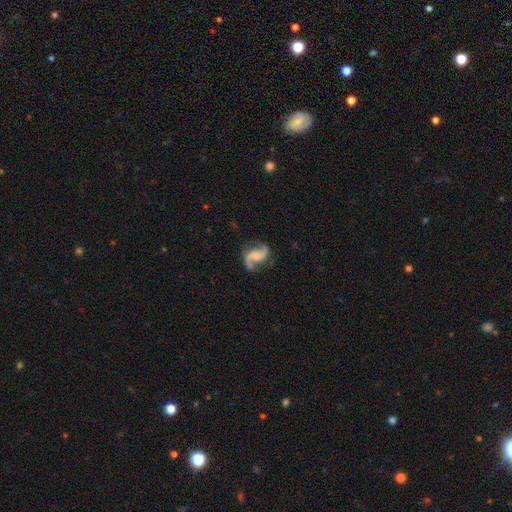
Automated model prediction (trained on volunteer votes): Morphology: type=featured or disk (89%); edge-on=no (98%); bar=no (49%); spiral arms=yes (97%); winding=loose (58%); arm count=2 (93%); bulge=small (43%); merging=none (77%).